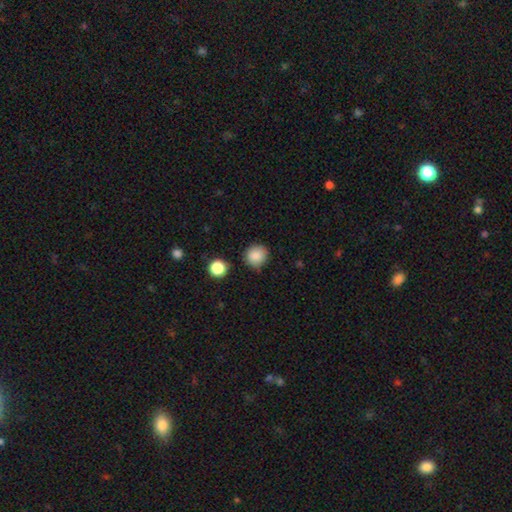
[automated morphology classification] smooth-or-featured: smooth: 87% | star or artifact: 10% | featured or disk: 3%
  how-rounded: round: 88% | in between: 11% | cigar-shaped: 1%
  merging: none: 83% | minor disturbance: 11% | major disturbance: 3% | merger: 3%